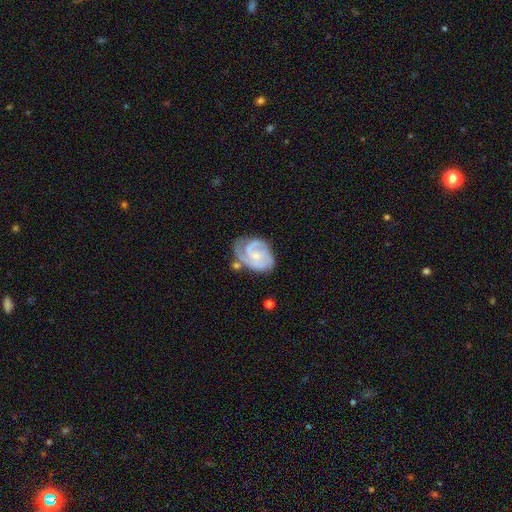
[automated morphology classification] This appears to be a featured or disk galaxy (82%) with no bar (66%), 3 (35%) tight (53%) spiral arms (95%) and a small central bulge (61%). Merging: none (51%).